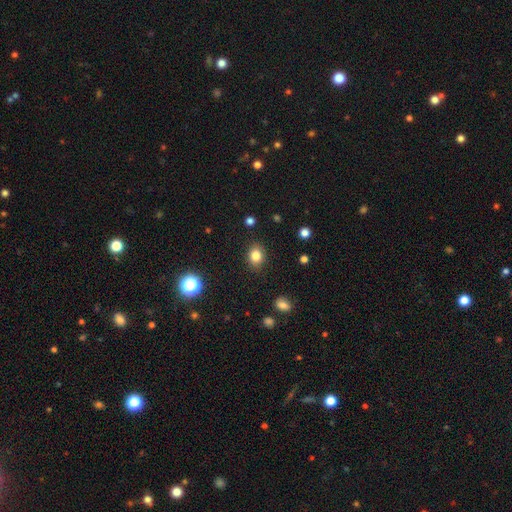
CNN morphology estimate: smooth-or-featured: smooth: 82% | star or artifact: 12% | featured or disk: 6%
  how-rounded: in between: 50% | round: 49% | cigar-shaped: 1%
  merging: none: 87% | minor disturbance: 9% | major disturbance: 3% | merger: 1%